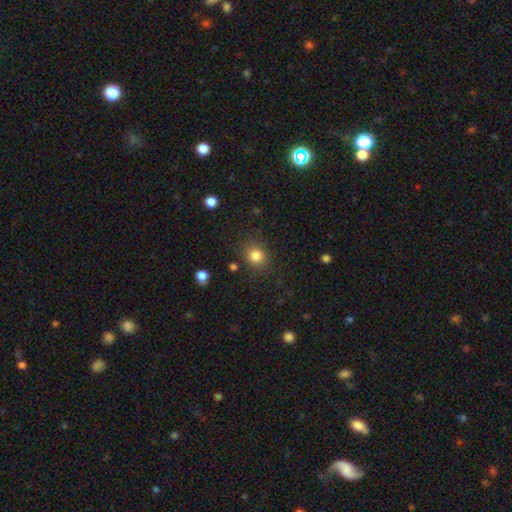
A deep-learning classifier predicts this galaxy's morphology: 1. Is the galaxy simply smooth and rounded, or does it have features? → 83% smooth, 11% star or artifact, 6% featured or disk.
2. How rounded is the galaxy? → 73% round, 26% in between, 1% cigar-shaped.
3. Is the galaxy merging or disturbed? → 84% none, 11% minor disturbance, 4% major disturbance, 2% merger.